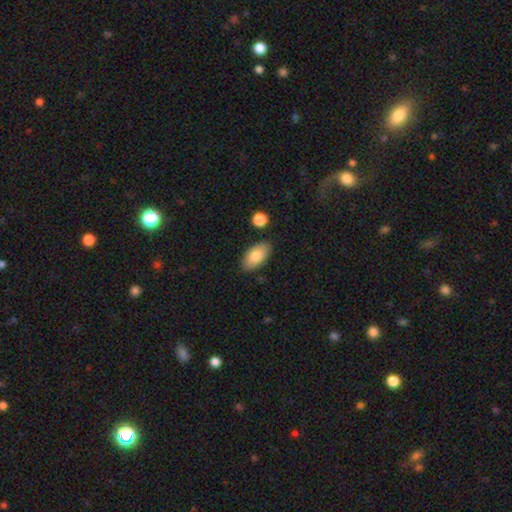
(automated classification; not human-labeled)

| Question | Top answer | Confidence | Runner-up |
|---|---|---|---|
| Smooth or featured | smooth | 82% | featured or disk (12%) |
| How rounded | in between | 94% | cigar-shaped (3%) |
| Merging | none | 85% | minor disturbance (10%) |